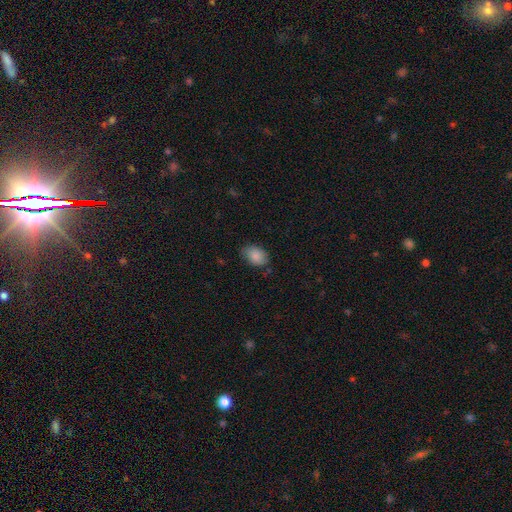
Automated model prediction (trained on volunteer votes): smooth_or_featured: smooth (p=0.86) [alt: star or artifact p=0.07]
how_rounded: in between (p=0.82) [alt: round p=0.17]
merging: none (p=0.75) [alt: minor disturbance p=0.20]